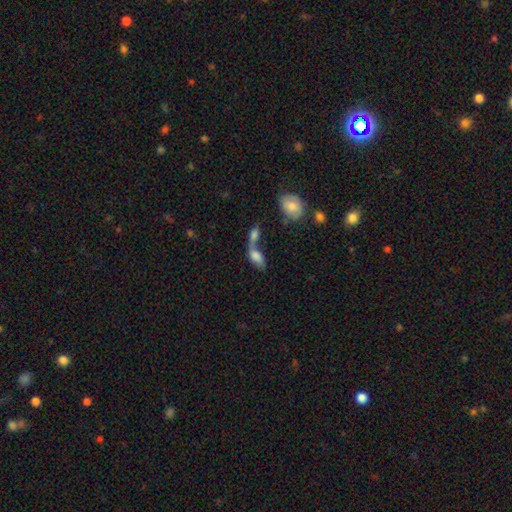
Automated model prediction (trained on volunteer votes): smooth-or-featured: smooth: 68% | featured or disk: 22% | star or artifact: 10%
  how-rounded: in between: 84% | cigar-shaped: 9% | round: 7%
  merging: merger: 71% | none: 14% | major disturbance: 8% | minor disturbance: 7%